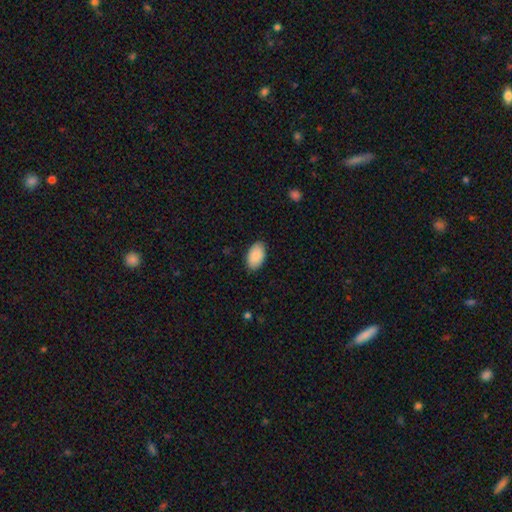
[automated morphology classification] A smooth galaxy with no disk features (90%) that is in between round and cigar-shaped (95%). Merging: none (86%).